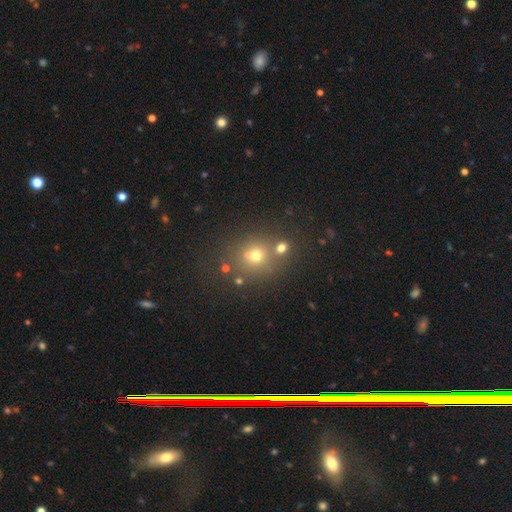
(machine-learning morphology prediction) This is possibly a smooth galaxy (58%). How rounded: likely round (76%). Merging: likely none (61%).